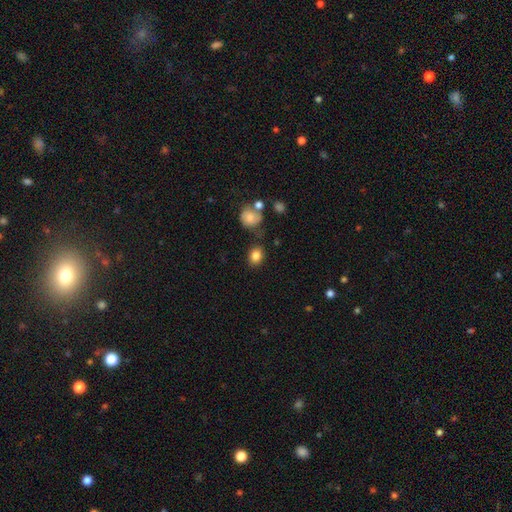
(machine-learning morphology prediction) type=smooth (84%); roundness=round (59%); merging=none (76%).